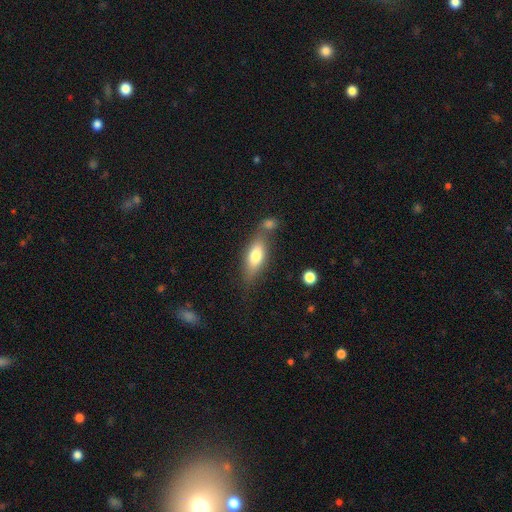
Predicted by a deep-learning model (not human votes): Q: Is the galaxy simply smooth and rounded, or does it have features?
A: smooth — 71%.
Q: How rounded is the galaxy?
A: in between — 73%.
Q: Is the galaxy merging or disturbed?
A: none — 56%.